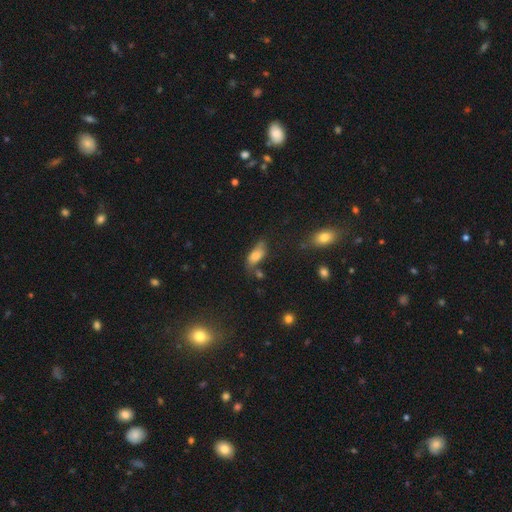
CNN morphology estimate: This appears to be a smooth galaxy with no disk features (75%) that is in between round and cigar-shaped (84%). Merging: none (50%).